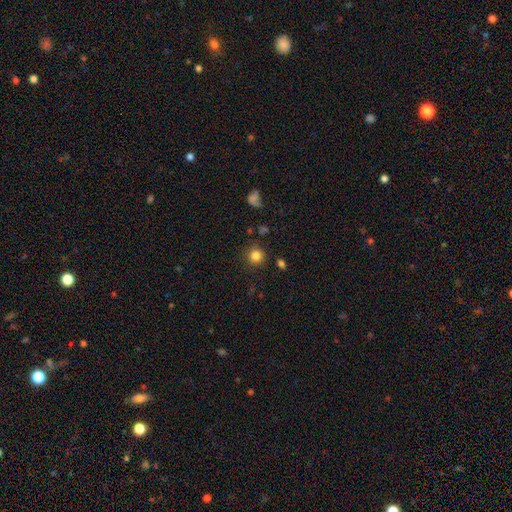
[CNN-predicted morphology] Overall: smooth (83%). How rounded: round (93%). Merging: none (86%).